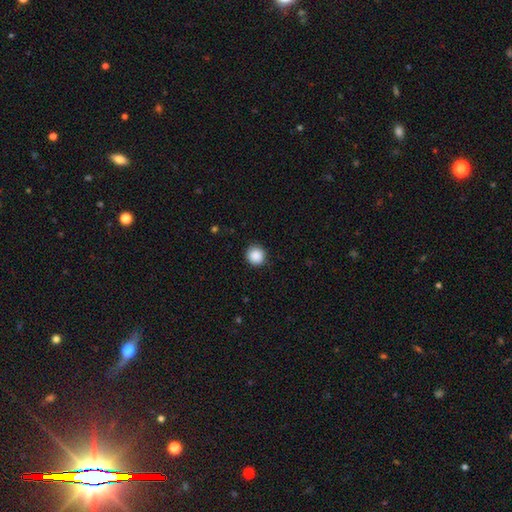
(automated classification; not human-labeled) This appears to be a smooth galaxy with no disk features (89%) that is round (95%). Merging: none (90%).